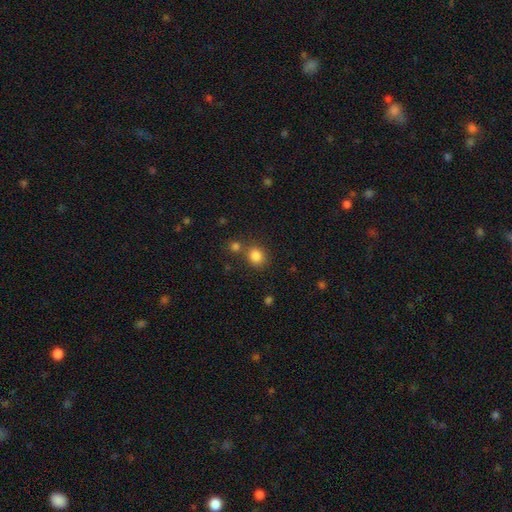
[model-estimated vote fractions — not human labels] Smooth or featured: smooth — 84% (star or artifact — 11%)
How rounded: round — 75% (in between — 24%)
Merging: none — 68% (merger — 18%)